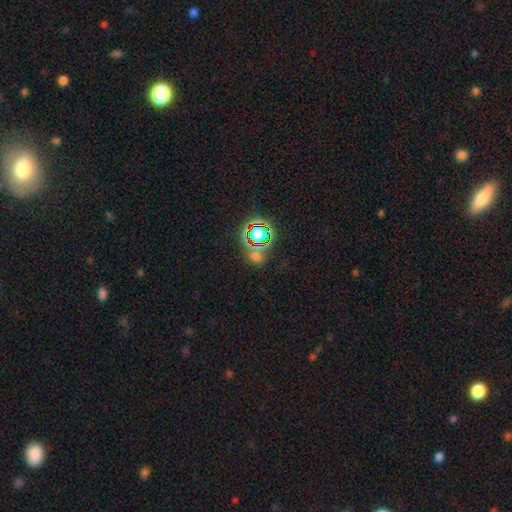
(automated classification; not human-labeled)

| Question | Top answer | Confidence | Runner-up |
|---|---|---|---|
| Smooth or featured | star or artifact | 49% | smooth (42%) |